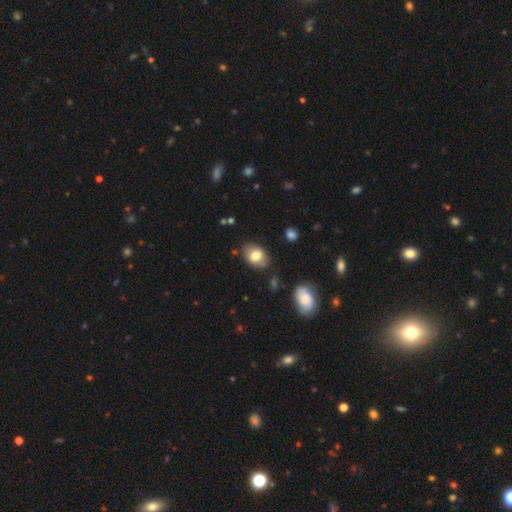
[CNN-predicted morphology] A smooth galaxy with no disk features (78%) that is in between round and cigar-shaped (75%). Merging: none (80%).